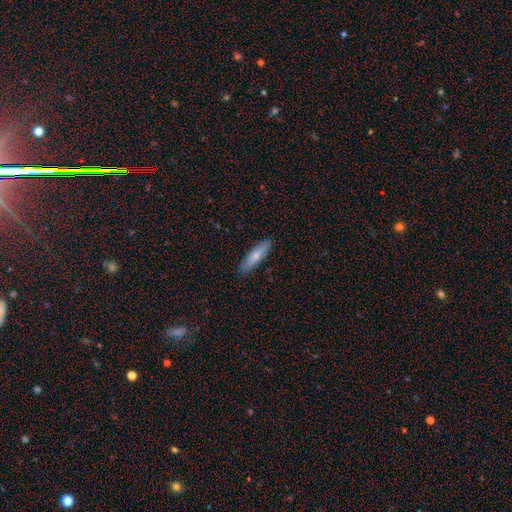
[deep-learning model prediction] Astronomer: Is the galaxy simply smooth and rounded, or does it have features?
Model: smooth — 73%.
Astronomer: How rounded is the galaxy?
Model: cigar-shaped — 71%.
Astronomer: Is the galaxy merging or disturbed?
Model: none — 89%.